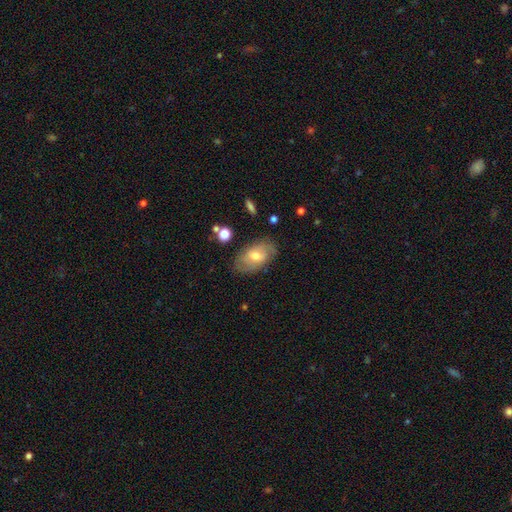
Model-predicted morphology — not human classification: featured or disk 46% (tied), smooth 46% (tied), star or artifact 8%. Down the decision tree: merging — none (74%).